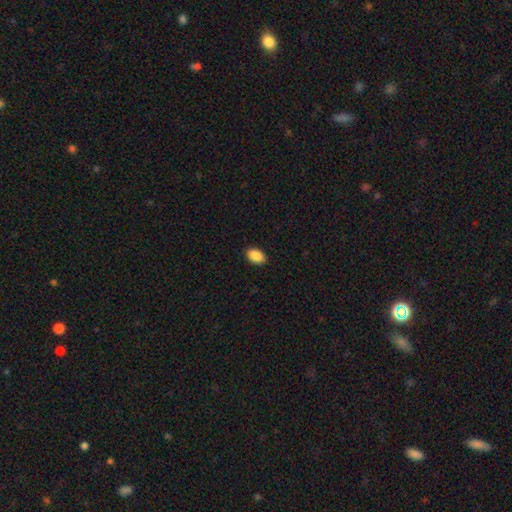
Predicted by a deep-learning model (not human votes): This is clearly a smooth galaxy (90%). How rounded: clearly in between (89%). Merging: clearly none (90%).